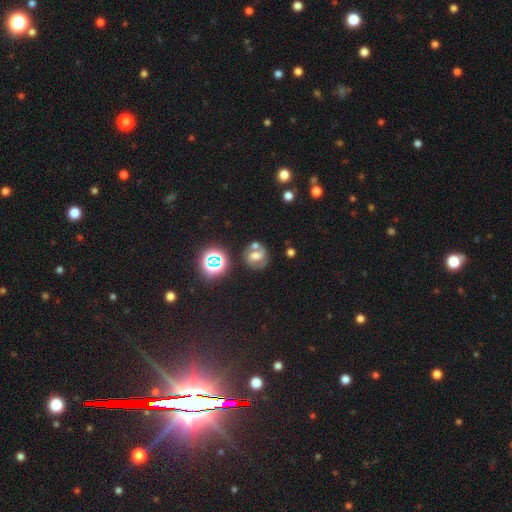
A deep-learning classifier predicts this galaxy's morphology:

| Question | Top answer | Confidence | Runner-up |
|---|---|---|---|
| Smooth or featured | featured or disk | 63% | smooth (22%) |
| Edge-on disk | no | 96% | yes (4%) |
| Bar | weak | 42% | strong (36%) |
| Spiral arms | yes | 83% | no (17%) |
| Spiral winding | medium | 51% | tight (32%) |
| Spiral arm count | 2 | 83% | can't tell (8%) |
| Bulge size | moderate | 51% | large (20%) |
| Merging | none | 60% | merger (18%) |